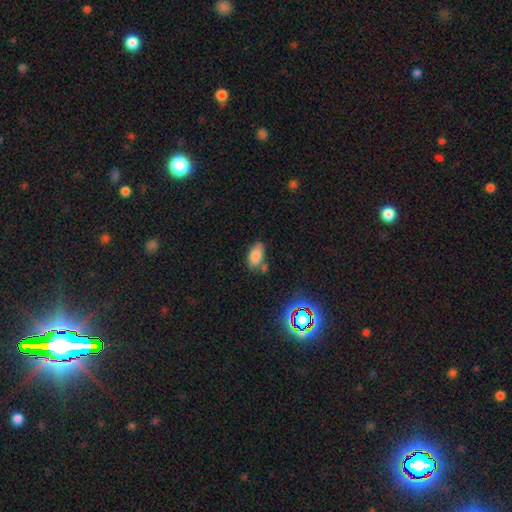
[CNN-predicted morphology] Smooth or featured?
  - smooth: 81% *
  - star or artifact: 12%
  - featured or disk: 7%
How rounded?
  - in between: 92% *
  - round: 4%
  - cigar-shaped: 4%
Merging?
  - none: 62% *
  - minor disturbance: 20%
  - merger: 13%
  - major disturbance: 5%